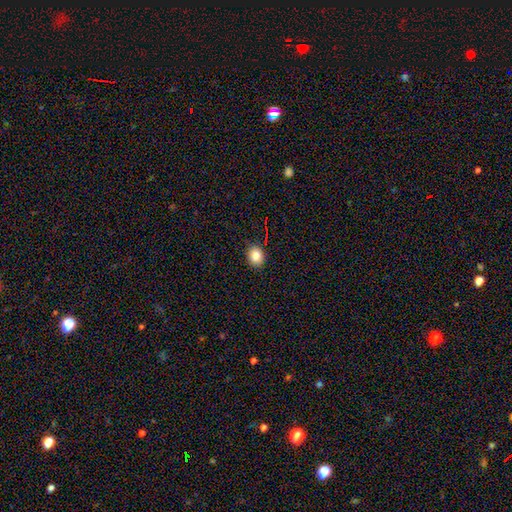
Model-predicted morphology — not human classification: This appears to be a smooth galaxy with no disk features (82%) that is round (62%). Merging: none (89%).